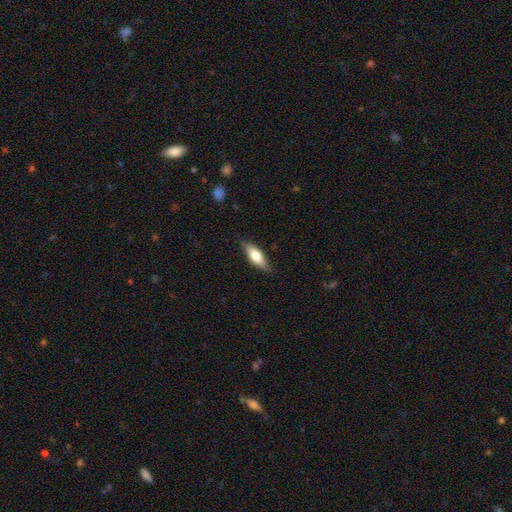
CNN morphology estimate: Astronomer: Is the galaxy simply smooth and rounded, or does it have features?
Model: smooth — 55% (runner-up: featured or disk, 39%).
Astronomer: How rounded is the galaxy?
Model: in between — 58% (runner-up: cigar-shaped, 39%).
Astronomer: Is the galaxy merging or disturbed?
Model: none — 83%.